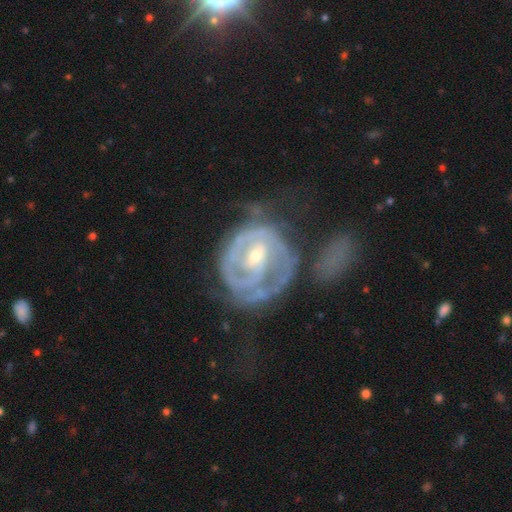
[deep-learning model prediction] This appears to be a featured or disk galaxy (85%) with a weak bar (45%), tight (69%) spiral arms (87%) and a small central bulge (57%). Merging: major disturbance (34%).